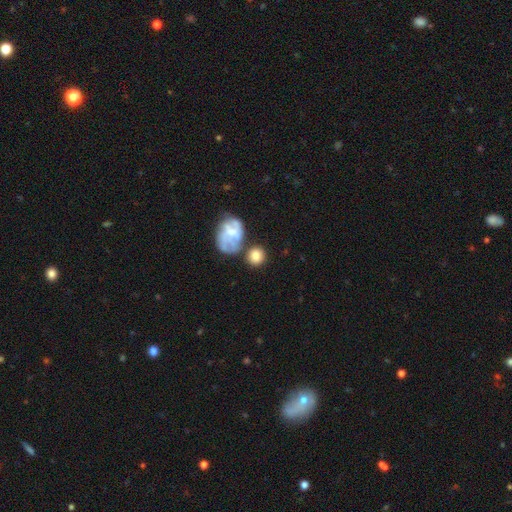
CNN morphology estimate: Smooth or featured?
  - smooth: 72% *
  - featured or disk: 20%
  - star or artifact: 8%
How rounded?
  - round: 77% *
  - in between: 22%
  - cigar-shaped: 1%
Merging?
  - none: 60% *
  - merger: 17%
  - minor disturbance: 15%
  - major disturbance: 7%